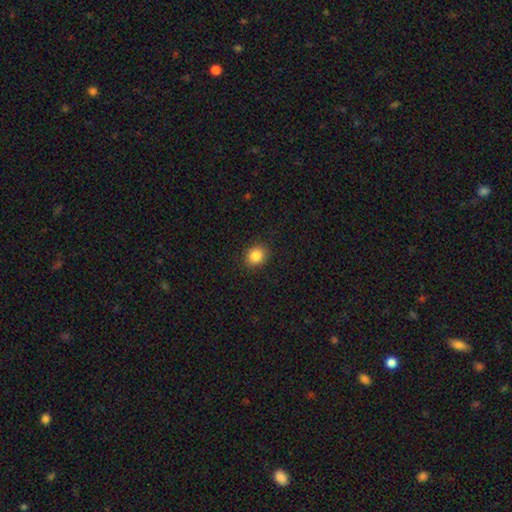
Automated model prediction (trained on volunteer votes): smooth 86%, star or artifact 10%, featured or disk 4%. Down the decision tree: how rounded — round (74%); merging — none (90%).